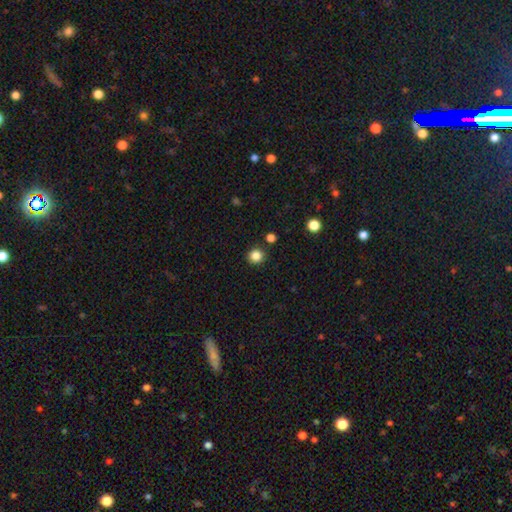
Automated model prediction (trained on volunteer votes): Smooth or featured? smooth (84%)
How rounded? round (92%)
Merging? none (89%)